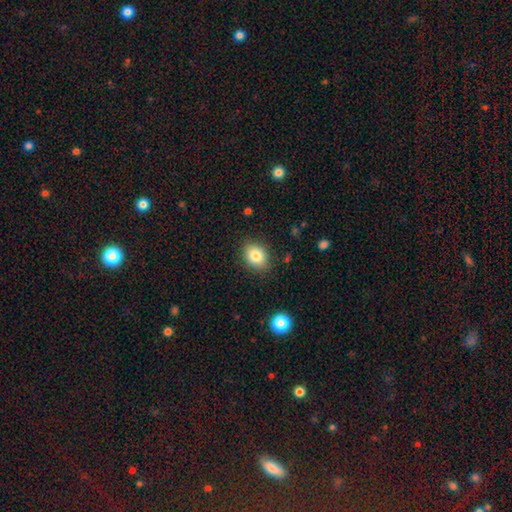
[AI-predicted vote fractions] Morphology: type=smooth (84%); roundness=in between (62%); merging=none (85%).